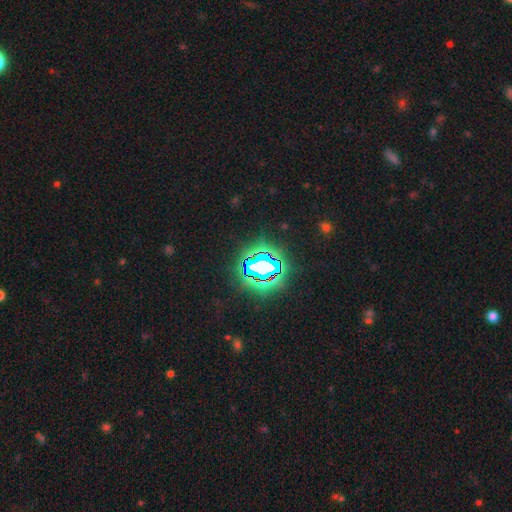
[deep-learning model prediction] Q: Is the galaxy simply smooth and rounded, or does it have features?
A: star or artifact — 73%.